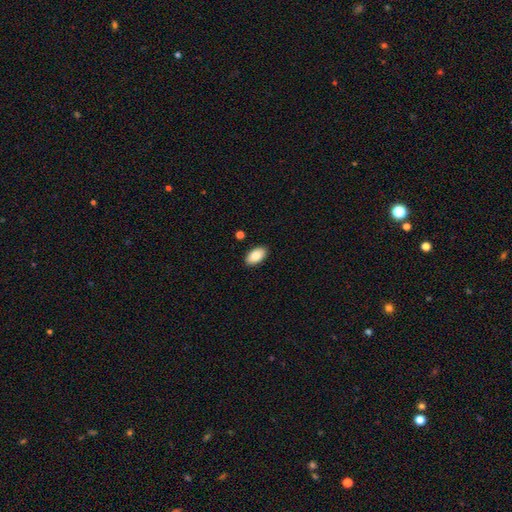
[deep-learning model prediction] smooth-or-featured: smooth: 85% | featured or disk: 8% | star or artifact: 6%
  how-rounded: in between: 95% | round: 3% | cigar-shaped: 2%
  merging: none: 89% | minor disturbance: 8% | major disturbance: 2% | merger: 1%